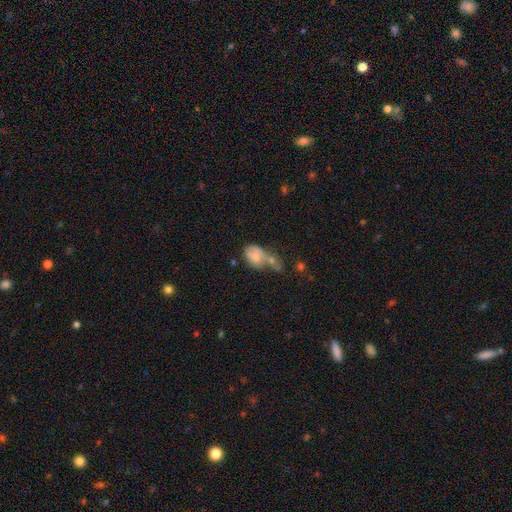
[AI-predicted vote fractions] smooth 68%, featured or disk 23%, star or artifact 9%. Down the decision tree: how rounded — in between (78%); merging — merger (50%).